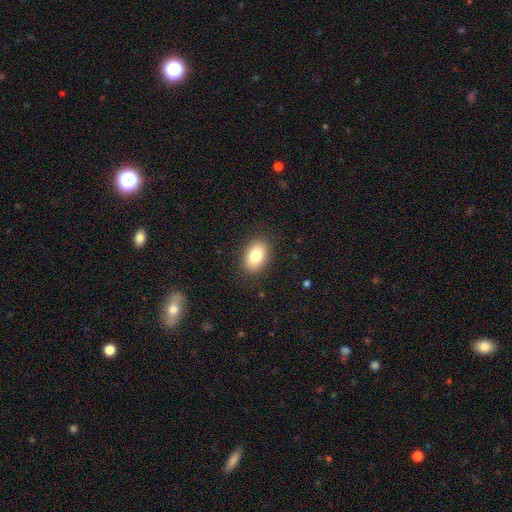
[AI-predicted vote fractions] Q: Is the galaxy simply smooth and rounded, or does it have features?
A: smooth — 84%.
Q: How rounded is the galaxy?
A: in between — 85%.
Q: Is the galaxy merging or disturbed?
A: none — 88%.